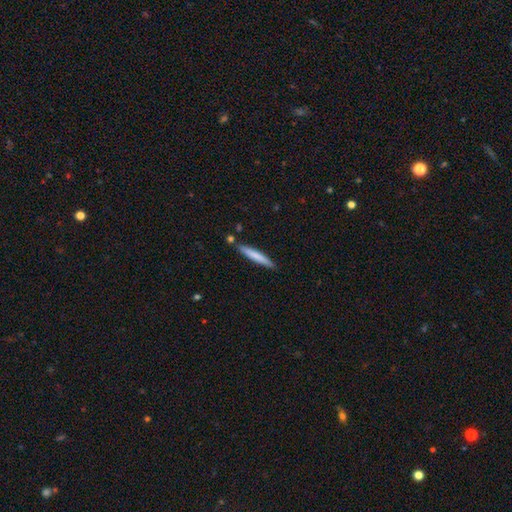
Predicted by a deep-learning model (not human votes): The model was most divided on "smooth or featured": smooth: 74%, featured or disk: 21%, star or artifact: 5%. More confident: how rounded — cigar-shaped (94%); merging — none (84%).